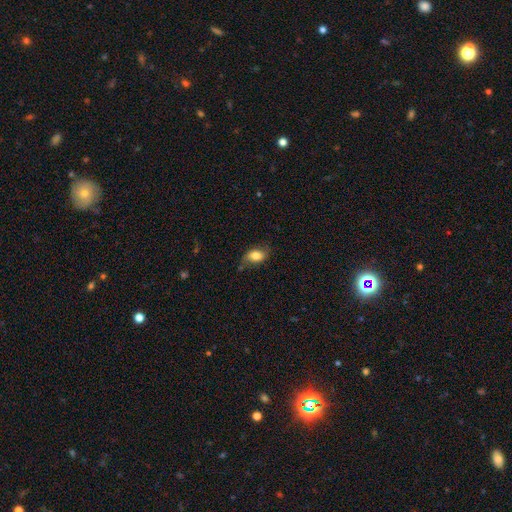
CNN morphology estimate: Q: Smooth or featured?
A: smooth (74%); runner-up: featured or disk (18%)
Q: How rounded?
A: in between (87%); runner-up: round (11%)
Q: Merging?
A: none (65%); runner-up: minor disturbance (26%)